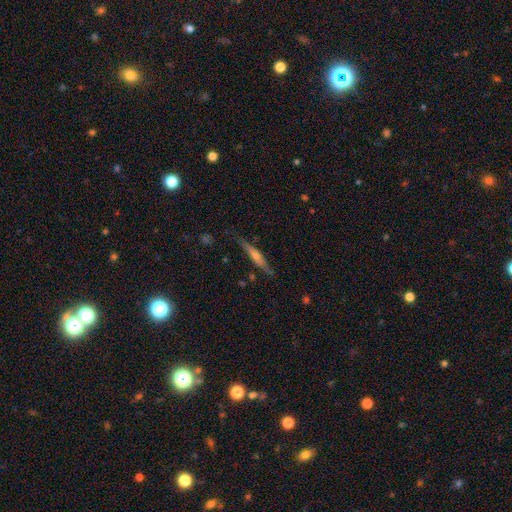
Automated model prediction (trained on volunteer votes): smooth_or_featured: featured or disk (p=0.66) [alt: smooth p=0.26]
disk_edge_on: yes (p=0.94) [alt: no p=0.06]
edge_on_bulge: rounded (p=0.78) [alt: none p=0.15]
merging: none (p=0.81) [alt: minor disturbance p=0.14]